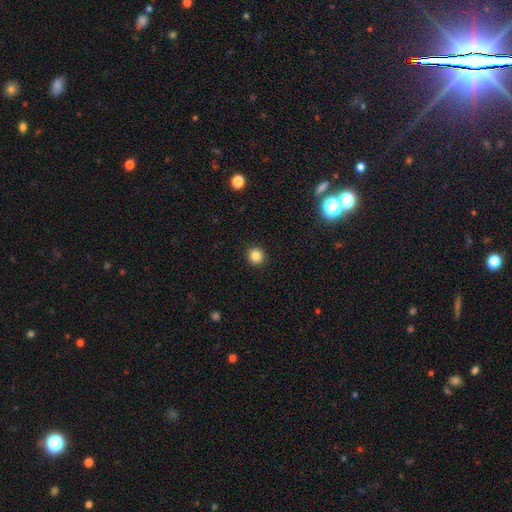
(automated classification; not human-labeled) Smooth or featured? Predicted: smooth (p=0.85). How rounded? Predicted: round (p=0.94). Merging? Predicted: none (p=0.93).